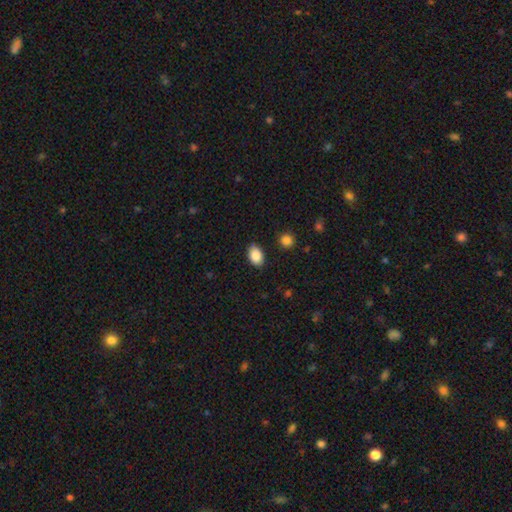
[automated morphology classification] smooth-or-featured: smooth: 88% | star or artifact: 7% | featured or disk: 5%
  how-rounded: in between: 84% | round: 14% | cigar-shaped: 1%
  merging: none: 82% | minor disturbance: 13% | major disturbance: 3% | merger: 2%